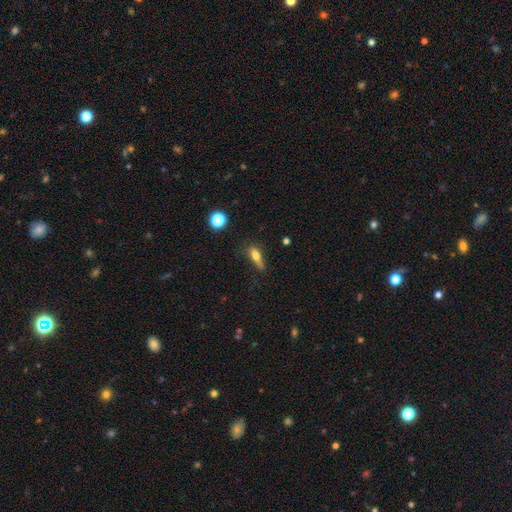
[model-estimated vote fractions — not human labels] Smooth or featured?
  - smooth: 61% *
  - featured or disk: 29%
  - star or artifact: 10%
How rounded?
  - cigar-shaped: 48% *
  - in between: 45%
  - round: 7%
Merging?
  - none: 51% *
  - minor disturbance: 30%
  - major disturbance: 15%
  - merger: 4%